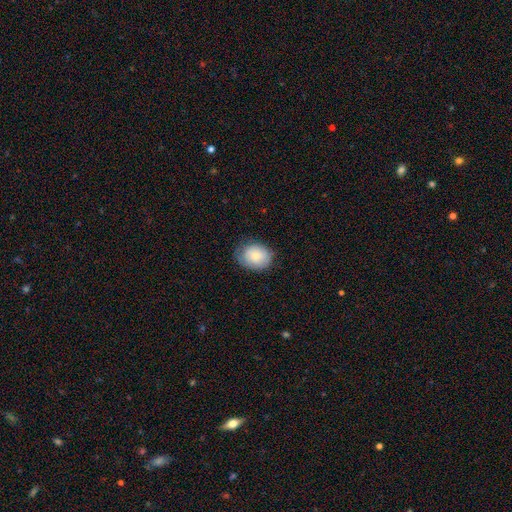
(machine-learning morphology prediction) smooth 73%, featured or disk 20%, star or artifact 7%. Down the decision tree: how rounded — in between (52%); merging — none (71%).